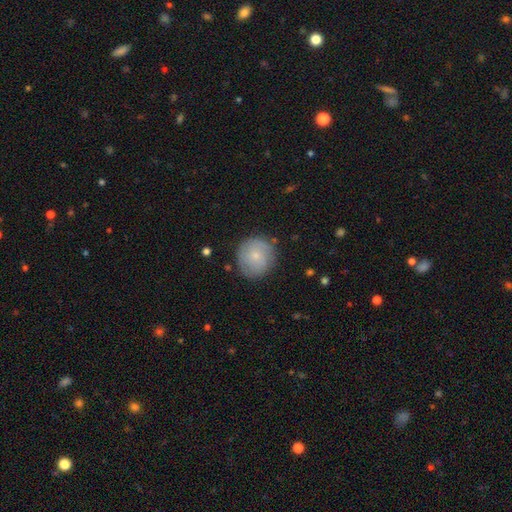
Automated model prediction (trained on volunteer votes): smooth_or_featured: smooth (p=0.67) [alt: featured or disk p=0.26]
how_rounded: round (p=0.91) [alt: in between p=0.08]
merging: none (p=0.80) [alt: minor disturbance p=0.14]